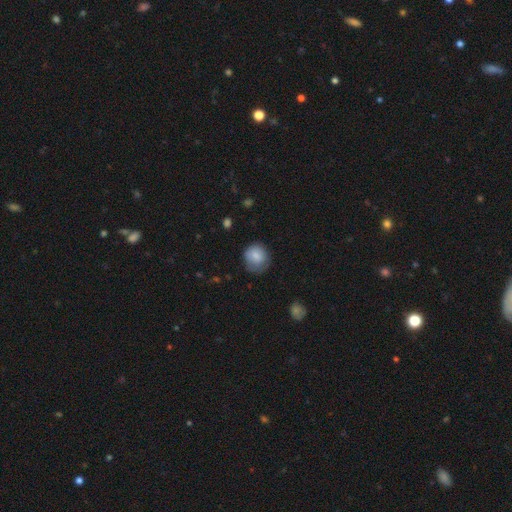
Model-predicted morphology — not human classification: A smooth galaxy with no disk features (82%) that is round (78%).

Vote fractions:
- Smooth or featured? smooth: 82% / featured or disk: 11% / star or artifact: 7%
- How rounded? round: 78% / in between: 21% / cigar-shaped: 1%
- Merging? none: 62% / minor disturbance: 27% / major disturbance: 10% / merger: 1%